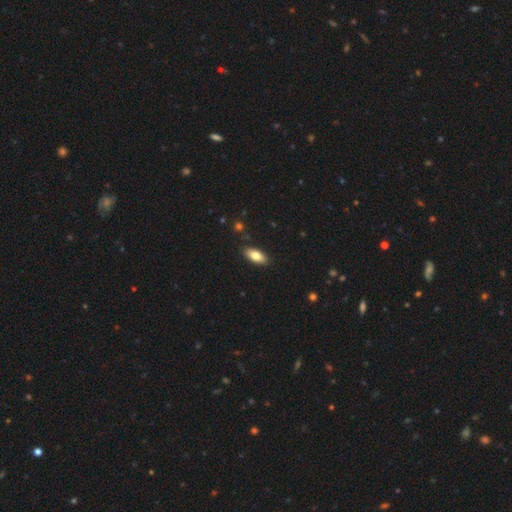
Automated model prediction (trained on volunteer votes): smooth-or-featured: smooth: 79% | featured or disk: 15% | star or artifact: 6%
  how-rounded: in between: 85% | cigar-shaped: 12% | round: 2%
  merging: none: 89% | minor disturbance: 8% | major disturbance: 2% | merger: 1%